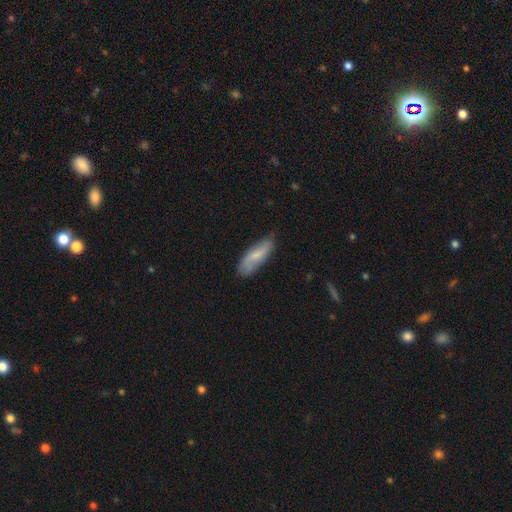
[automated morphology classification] This is likely a smooth galaxy (65%). How rounded: possibly in between (59%). Merging: likely none (72%).